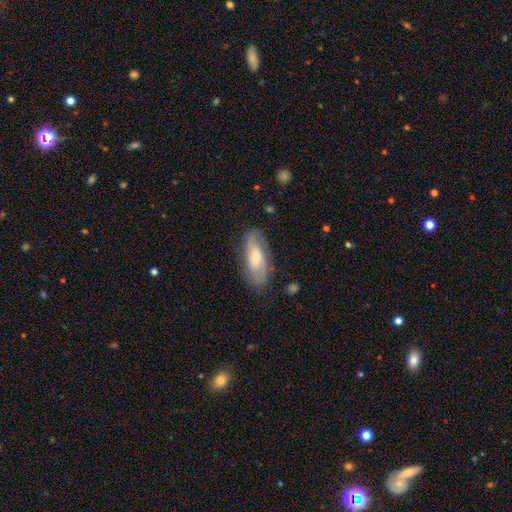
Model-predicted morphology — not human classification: Overall: featured or disk (47%; smooth 45%). Merging: none (76%).